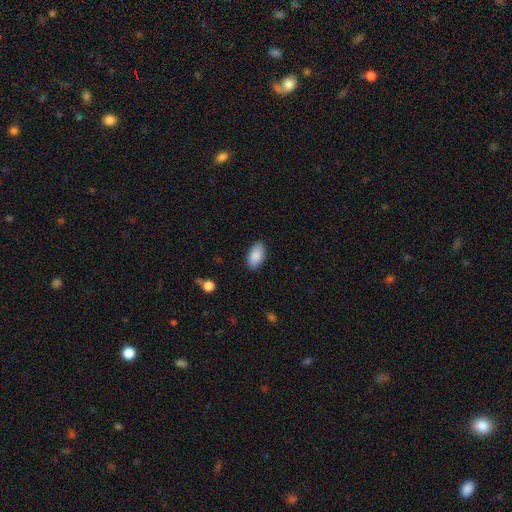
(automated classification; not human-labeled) Smooth or featured?
  - smooth: 90% *
  - star or artifact: 6%
  - featured or disk: 4%
How rounded?
  - in between: 95% *
  - round: 3%
  - cigar-shaped: 3%
Merging?
  - none: 87% *
  - minor disturbance: 9%
  - major disturbance: 2%
  - merger: 1%